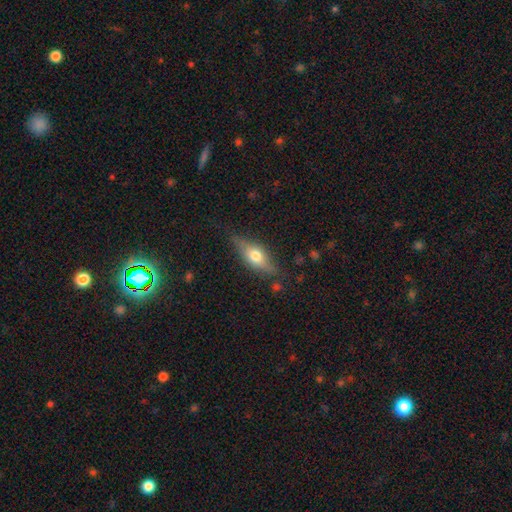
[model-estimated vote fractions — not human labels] Morphology: type=smooth (50%); roundness=in between (64%); merging=none (75%).